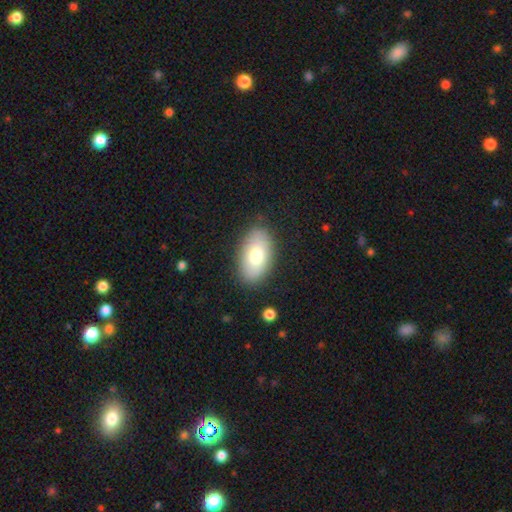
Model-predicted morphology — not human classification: smooth 74%, featured or disk 19%, star or artifact 7%. Down the decision tree: how rounded — in between (93%); merging — none (86%).